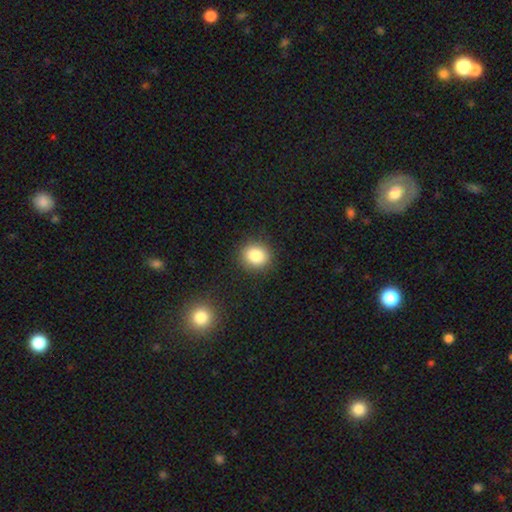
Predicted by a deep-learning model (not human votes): A smooth galaxy with no disk features (84%) that is round (76%). Merging: none (89%).